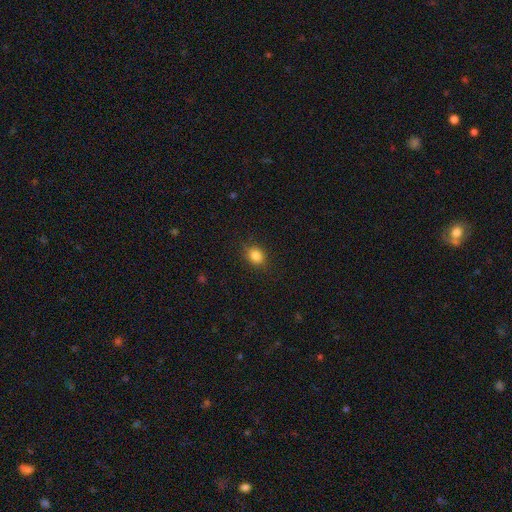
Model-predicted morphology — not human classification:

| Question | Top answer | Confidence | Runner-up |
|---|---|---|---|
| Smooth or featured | smooth | 84% | star or artifact (11%) |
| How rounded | round | 55% | in between (44%) |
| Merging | none | 84% | minor disturbance (12%) |